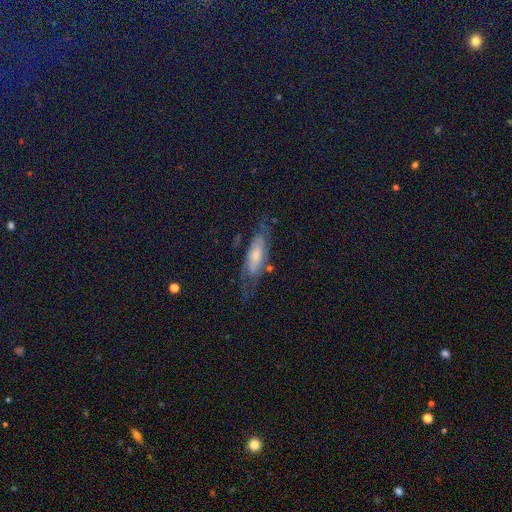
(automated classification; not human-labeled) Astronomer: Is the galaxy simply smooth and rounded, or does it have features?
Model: featured or disk — 58% (runner-up: smooth, 33%).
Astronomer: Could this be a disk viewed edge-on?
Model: no — 77%.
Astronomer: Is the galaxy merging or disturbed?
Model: none — 57%.